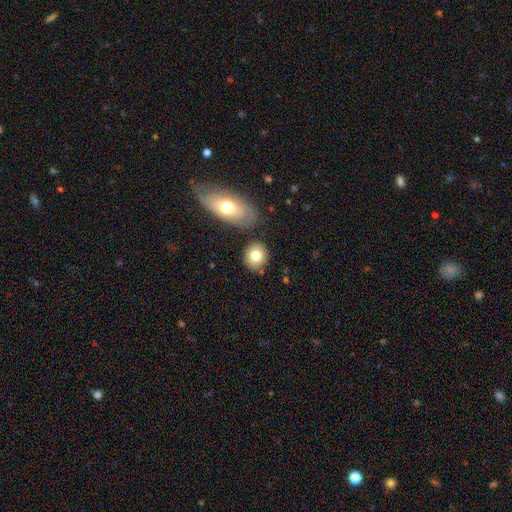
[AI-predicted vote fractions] smooth 77%, featured or disk 15%, star or artifact 8%. Down the decision tree: how rounded — round (67%); merging — none (77%).